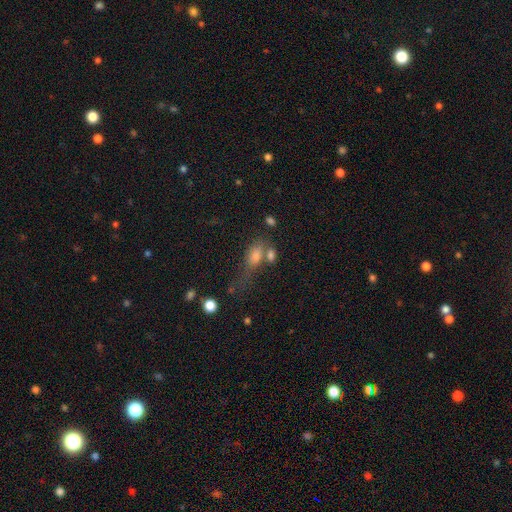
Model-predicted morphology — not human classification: Overall: smooth (67%). How rounded: in between (72%). Merging: none (32%; merger 30%).